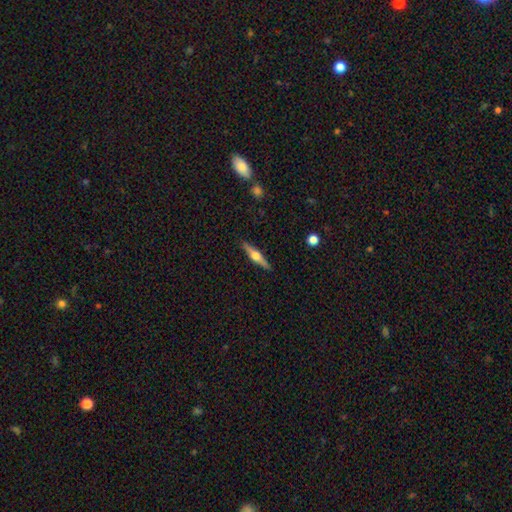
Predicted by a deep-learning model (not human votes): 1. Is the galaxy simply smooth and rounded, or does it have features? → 70% featured or disk, 24% smooth, 5% star or artifact.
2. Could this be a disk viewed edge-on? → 97% yes, 3% no.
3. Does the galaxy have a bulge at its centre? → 95% rounded, 3% boxy, 2% none.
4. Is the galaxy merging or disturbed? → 91% none, 6% minor disturbance, 1% major disturbance, 1% merger.